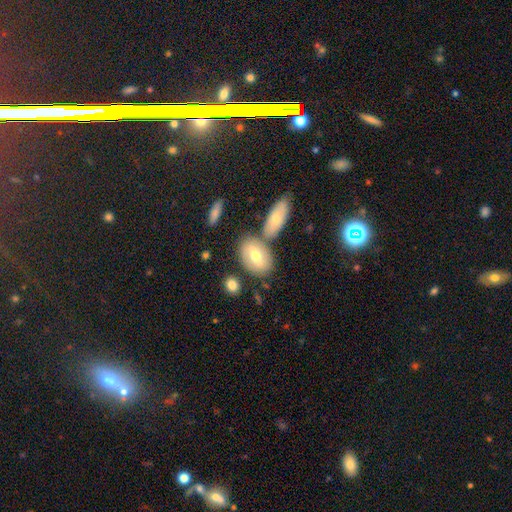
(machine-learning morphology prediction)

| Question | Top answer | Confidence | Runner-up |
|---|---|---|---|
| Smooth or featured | smooth | 53% | featured or disk (40%) |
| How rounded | in between | 84% | round (13%) |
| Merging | none | 66% | merger (17%) |